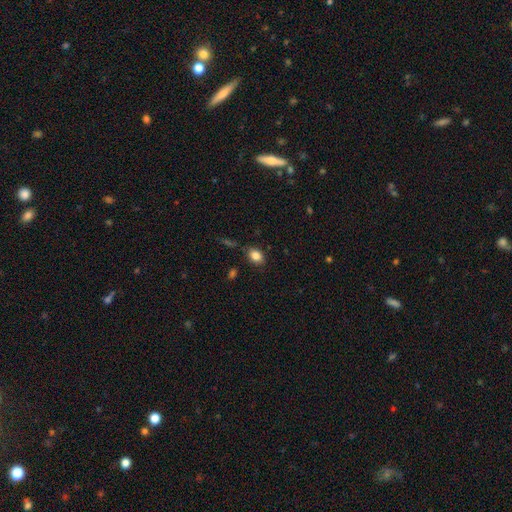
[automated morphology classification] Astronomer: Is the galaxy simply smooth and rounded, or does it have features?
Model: smooth — 83%.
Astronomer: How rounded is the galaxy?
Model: in between — 77%.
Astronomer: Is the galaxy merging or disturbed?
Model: none — 81%.